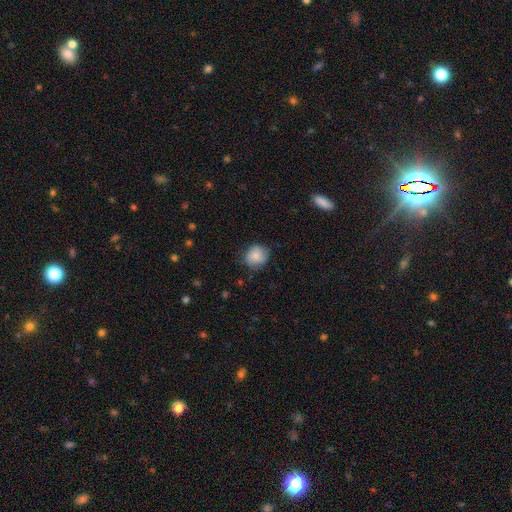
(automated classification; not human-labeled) Smooth or featured?
  - smooth: 83% *
  - featured or disk: 9%
  - star or artifact: 8%
How rounded?
  - round: 80% *
  - in between: 19%
  - cigar-shaped: 1%
Merging?
  - none: 74% *
  - minor disturbance: 20%
  - major disturbance: 4%
  - merger: 1%